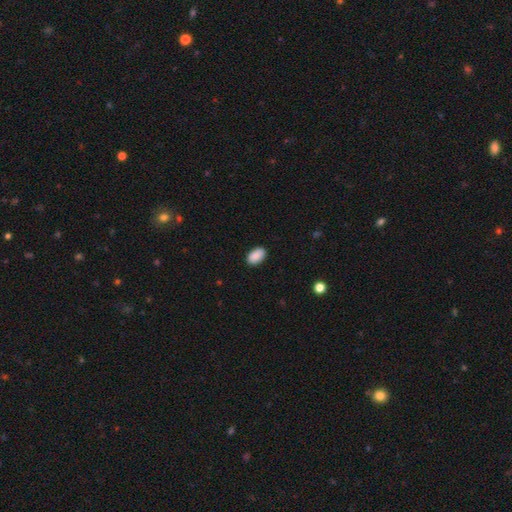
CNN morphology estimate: Smooth or featured? smooth (90%)
How rounded? in between (92%)
Merging? none (88%)